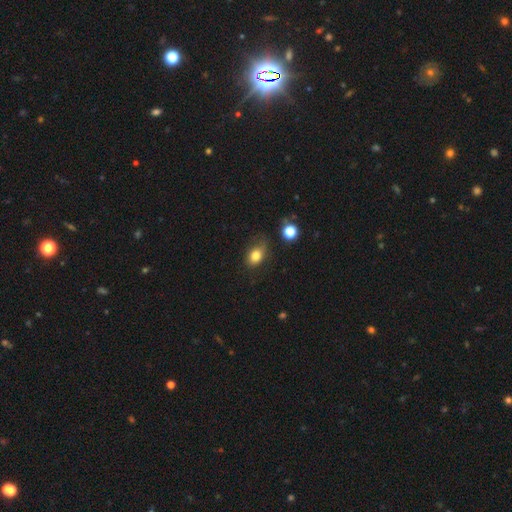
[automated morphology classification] A smooth galaxy with no disk features (79%) that is in between round and cigar-shaped (71%).

Vote fractions:
- Smooth or featured? smooth: 79% / star or artifact: 10% / featured or disk: 10%
- How rounded? in between: 71% / round: 27% / cigar-shaped: 2%
- Merging? none: 60% / minor disturbance: 27% / major disturbance: 11% / merger: 3%